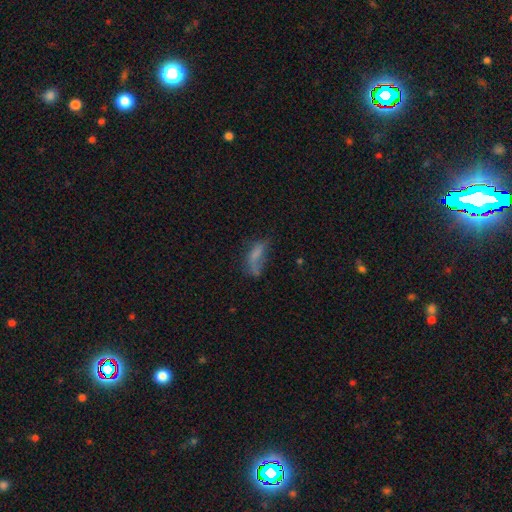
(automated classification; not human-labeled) Smooth or featured? Predicted: smooth (p=0.60). How rounded? Predicted: in between (p=0.71). Merging? Predicted: major disturbance (p=0.34).